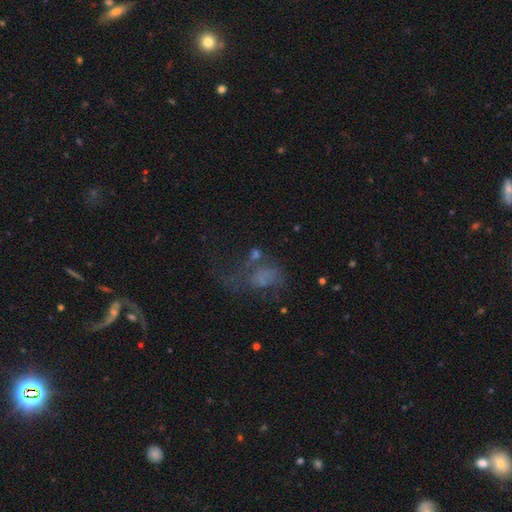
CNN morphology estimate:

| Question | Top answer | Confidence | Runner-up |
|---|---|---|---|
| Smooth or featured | smooth | 42% | featured or disk (35%) |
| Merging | major disturbance | 44% | none (25%) |